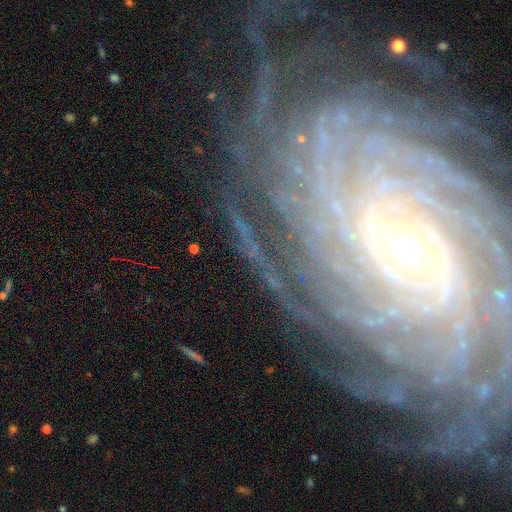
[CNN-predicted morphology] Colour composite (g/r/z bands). It shows a featured or disk galaxy (88%) with a weak bar (35%), more than 4 (43%) tight (84%) spiral arms (98%) and a moderate central bulge (47%). Merging: none (78%).